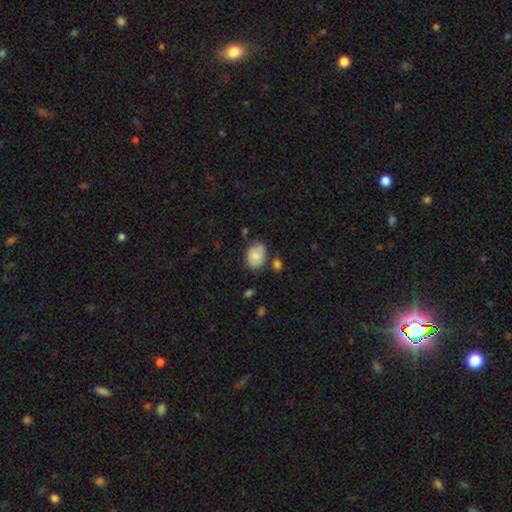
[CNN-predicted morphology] Smooth or featured?
  - smooth: 77% *
  - featured or disk: 15%
  - star or artifact: 8%
How rounded?
  - in between: 62% *
  - round: 37%
  - cigar-shaped: 1%
Merging?
  - none: 62% *
  - minor disturbance: 25%
  - merger: 7%
  - major disturbance: 6%